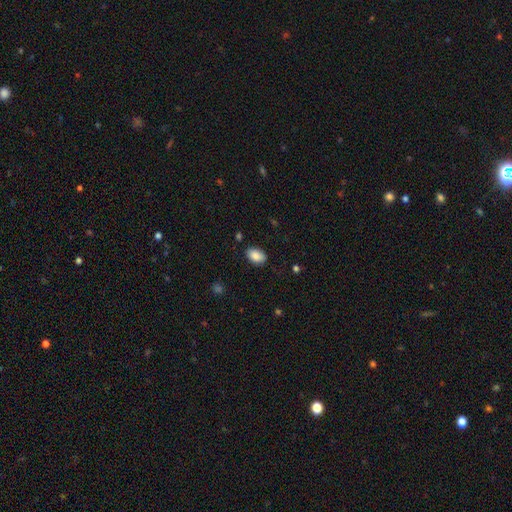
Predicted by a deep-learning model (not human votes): smooth-or-featured: smooth: 87% | star or artifact: 7% | featured or disk: 6%
  how-rounded: in between: 89% | round: 10% | cigar-shaped: 1%
  merging: none: 85% | minor disturbance: 11% | major disturbance: 2% | merger: 1%